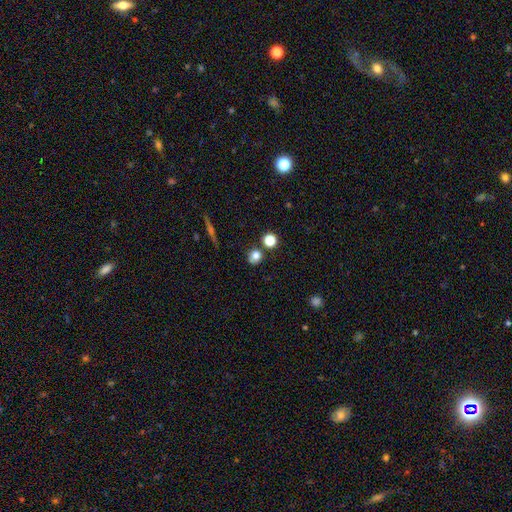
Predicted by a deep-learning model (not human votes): Morphology: type=smooth (77%); roundness=round (84%); merging=none (74%).